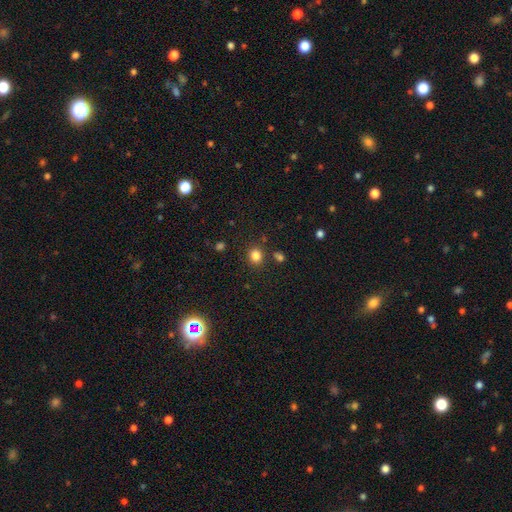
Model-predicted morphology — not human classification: Smooth or featured?
  - smooth: 82% *
  - star or artifact: 13%
  - featured or disk: 5%
How rounded?
  - round: 70% *
  - in between: 29%
  - cigar-shaped: 1%
Merging?
  - none: 83% *
  - minor disturbance: 9%
  - merger: 5%
  - major disturbance: 3%